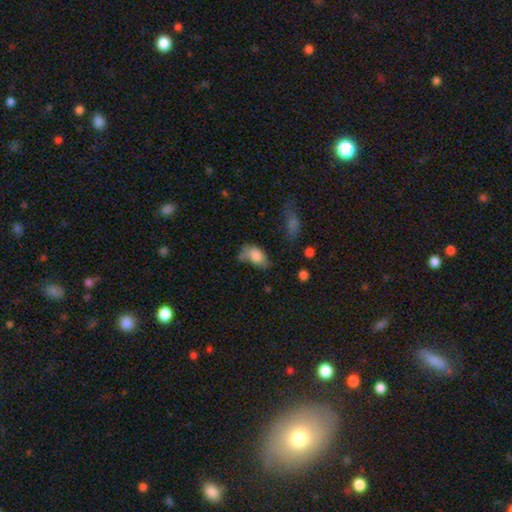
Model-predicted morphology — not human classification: Smooth or featured? smooth (78%)
How rounded? in between (90%)
Merging? none (34%)